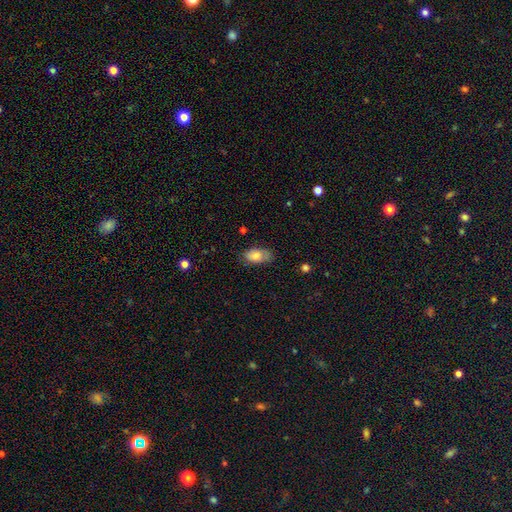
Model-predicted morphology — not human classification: Q: Smooth or featured?
A: smooth (76%); runner-up: featured or disk (17%)
Q: How rounded?
A: in between (92%); runner-up: round (5%)
Q: Merging?
A: none (68%); runner-up: minor disturbance (24%)